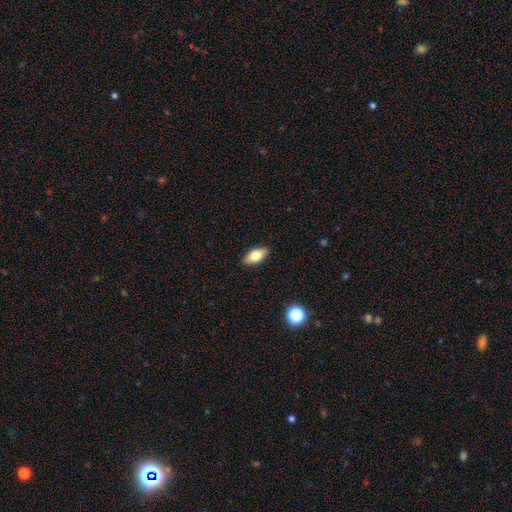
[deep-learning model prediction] A smooth galaxy with no disk features (74%) that is in between round and cigar-shaped (87%). Merging: none (89%).